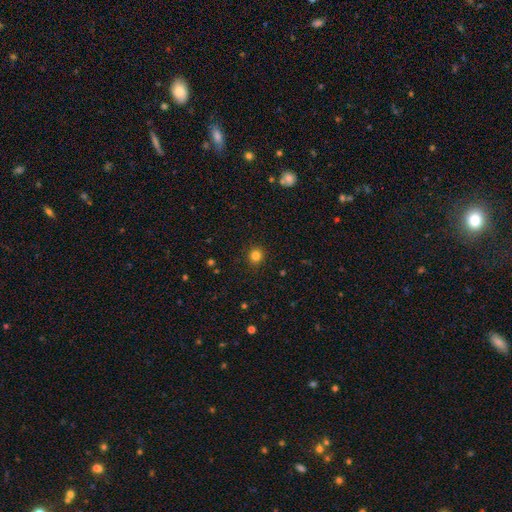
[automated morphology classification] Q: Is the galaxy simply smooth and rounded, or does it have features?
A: smooth — 82%.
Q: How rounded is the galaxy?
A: round — 90%.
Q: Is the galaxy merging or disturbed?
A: none — 91%.